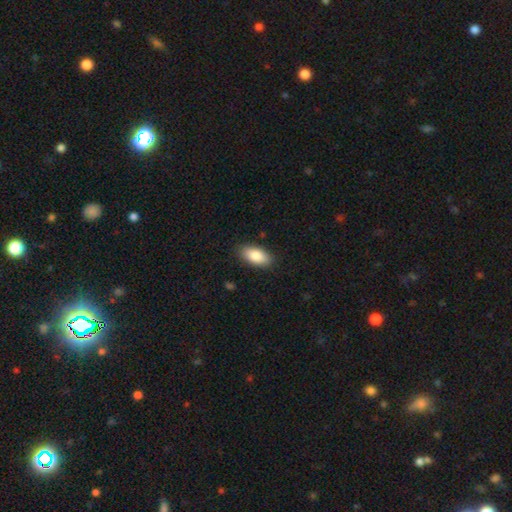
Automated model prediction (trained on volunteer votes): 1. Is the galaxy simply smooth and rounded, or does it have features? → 86% smooth, 8% featured or disk, 6% star or artifact.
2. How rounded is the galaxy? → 92% in between, 5% cigar-shaped, 3% round.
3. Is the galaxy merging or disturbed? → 87% none, 9% minor disturbance, 2% major disturbance, 1% merger.